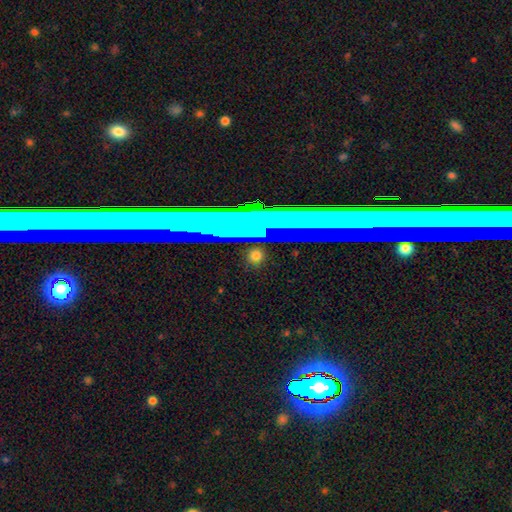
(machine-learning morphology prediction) smooth_or_featured: smooth (p=0.47) [alt: star or artifact p=0.41]
merging: none (p=0.88) [alt: minor disturbance p=0.07]